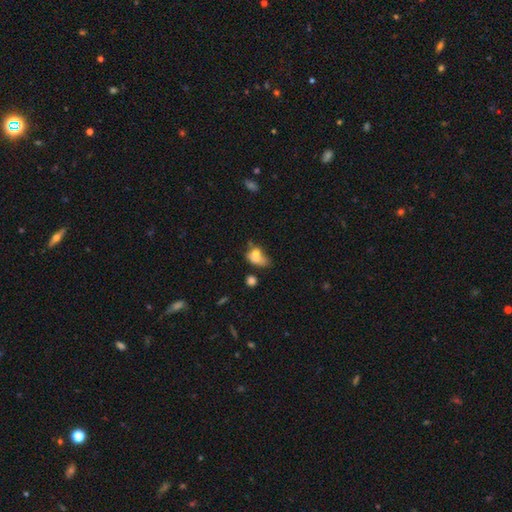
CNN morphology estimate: Overall: smooth (67%). How rounded: in between (68%; round 30%). Merging: merger (36%; none 22%).